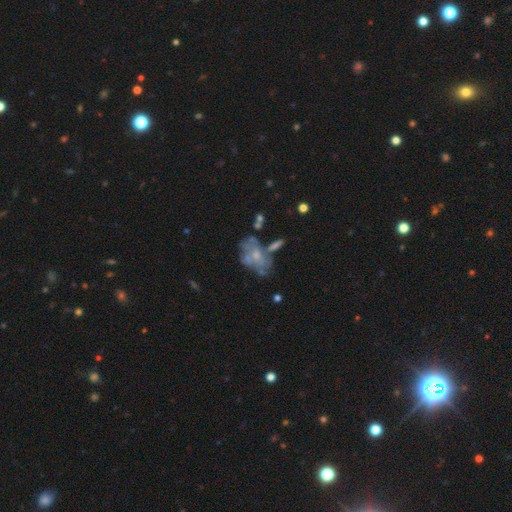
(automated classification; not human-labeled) Overall: featured or disk (60%; smooth 30%). Edge-on disk: no (96%). Bar: no (85%). Spiral arms: no (72%). Bulge size: small (50%; moderate 33%). Merging: none (39%; minor disturbance 21%).